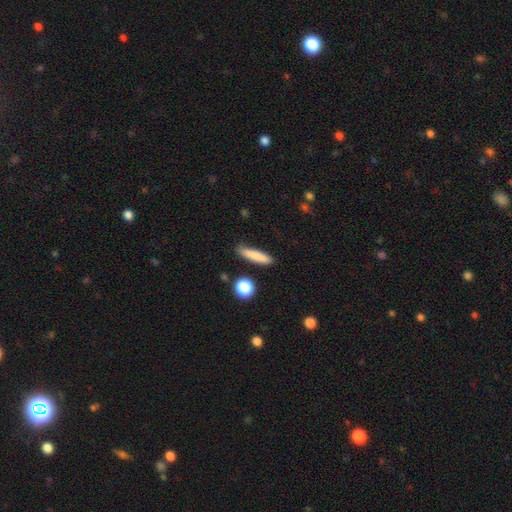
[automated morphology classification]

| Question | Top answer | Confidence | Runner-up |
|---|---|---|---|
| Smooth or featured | smooth | 82% | featured or disk (11%) |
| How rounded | cigar-shaped | 82% | in between (15%) |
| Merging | none | 80% | minor disturbance (14%) |